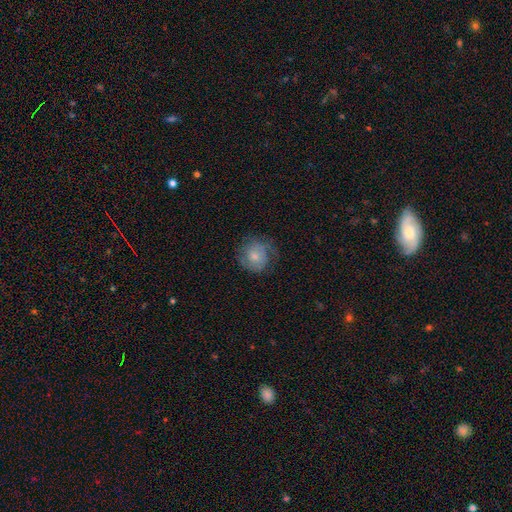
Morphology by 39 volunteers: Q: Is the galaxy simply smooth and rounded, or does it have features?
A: smooth — 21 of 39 (54%).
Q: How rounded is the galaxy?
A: round — 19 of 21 (90%).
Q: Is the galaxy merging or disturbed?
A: none — 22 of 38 (58%).